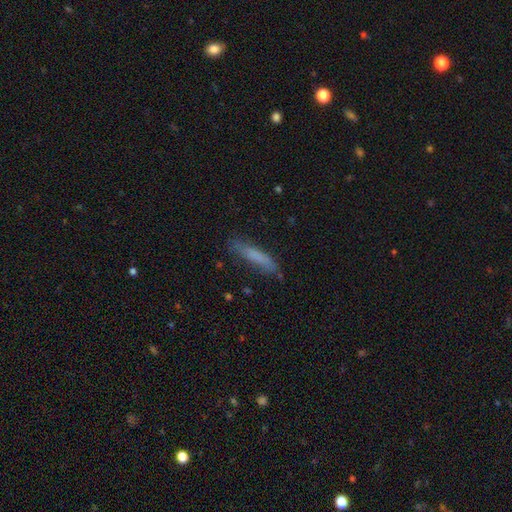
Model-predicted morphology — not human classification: Q: Smooth or featured?
A: smooth (68%); runner-up: featured or disk (23%)
Q: How rounded?
A: cigar-shaped (89%); runner-up: in between (10%)
Q: Merging?
A: none (80%); runner-up: minor disturbance (15%)